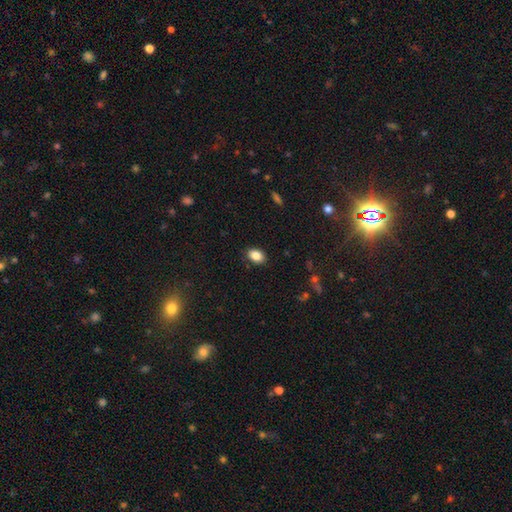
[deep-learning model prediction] Smooth or featured?
  - smooth: 86% *
  - star or artifact: 8%
  - featured or disk: 5%
How rounded?
  - in between: 84% *
  - round: 15%
  - cigar-shaped: 1%
Merging?
  - none: 88% *
  - minor disturbance: 9%
  - major disturbance: 2%
  - merger: 1%